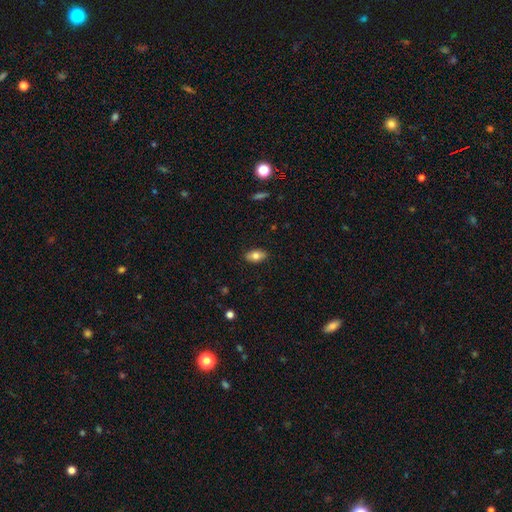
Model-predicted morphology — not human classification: This appears to be a smooth galaxy with no disk features (76%) that is in between round and cigar-shaped (89%). Merging: none (87%).